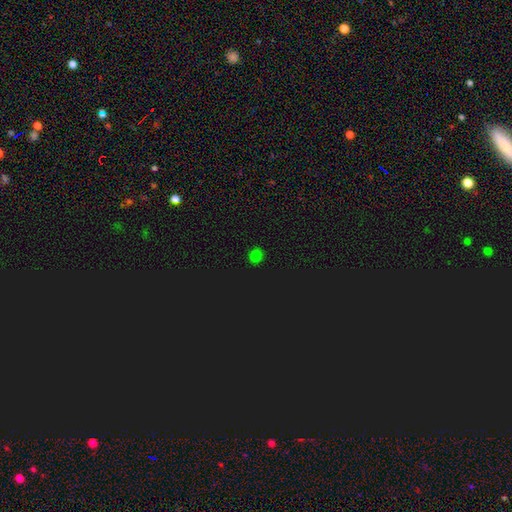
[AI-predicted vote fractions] Smooth or featured? smooth (73%)
How rounded? round (80%)
Merging? none (90%)